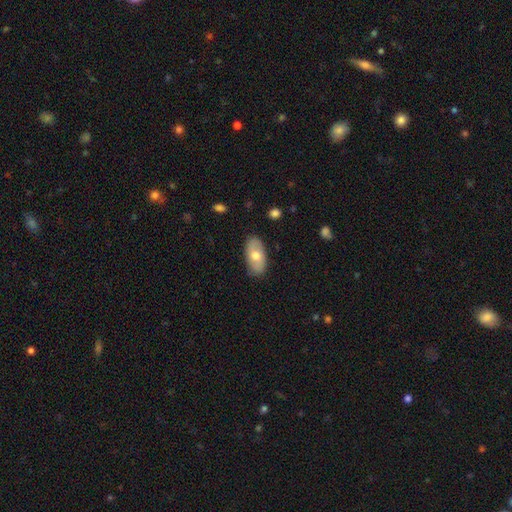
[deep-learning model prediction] This appears to be a smooth galaxy with no disk features (65%) that is in between round and cigar-shaped (93%). Merging: none (84%).